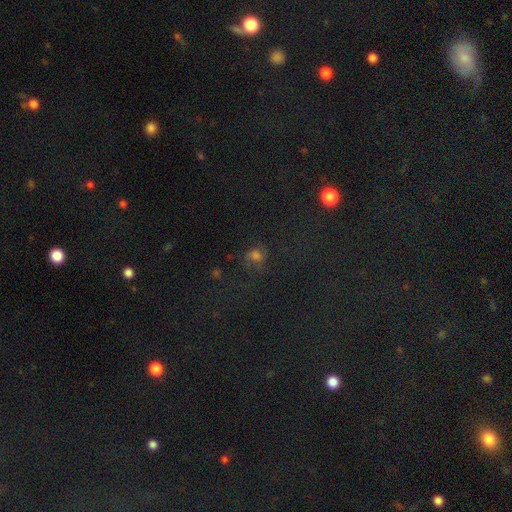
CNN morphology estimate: A smooth galaxy with no disk features (43%).

Vote fractions:
- Smooth or featured? smooth: 43% / star or artifact: 32% / featured or disk: 25%
- Merging? none: 59% / minor disturbance: 20% / major disturbance: 19% / merger: 3%